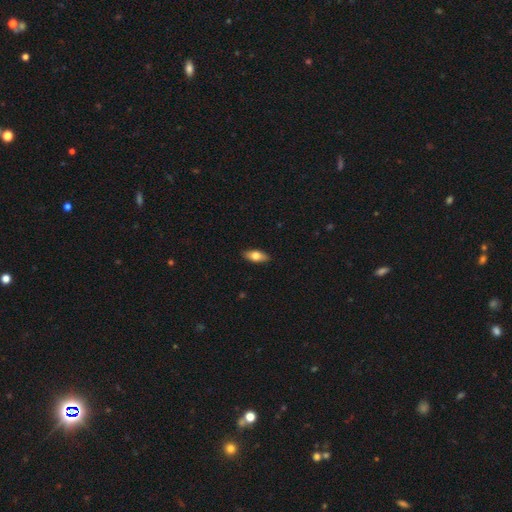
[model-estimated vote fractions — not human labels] Morphology: type=smooth (71%); roundness=in between (82%); merging=none (89%).